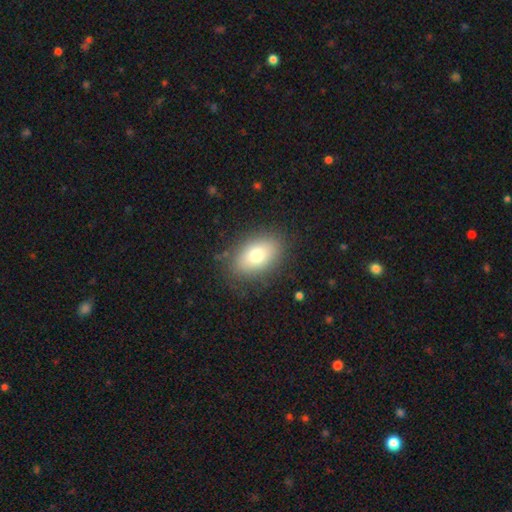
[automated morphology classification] Smooth or featured?
  - smooth: 76% *
  - featured or disk: 15%
  - star or artifact: 9%
How rounded?
  - in between: 87% *
  - round: 11%
  - cigar-shaped: 2%
Merging?
  - none: 84% *
  - minor disturbance: 11%
  - major disturbance: 3%
  - merger: 1%